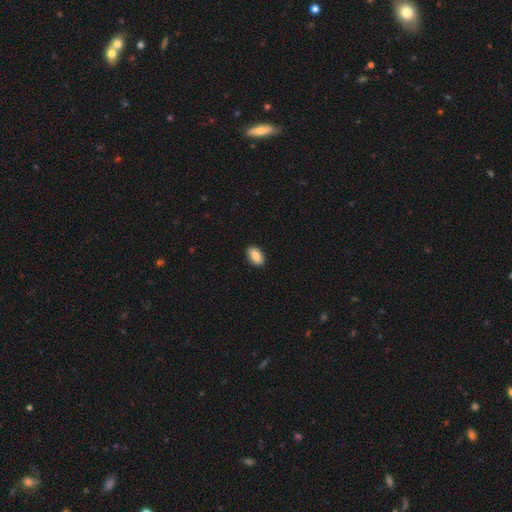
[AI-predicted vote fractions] smooth_or_featured: smooth (p=0.88) [alt: star or artifact p=0.07]
how_rounded: in between (p=0.91) [alt: round p=0.06]
merging: none (p=0.89) [alt: minor disturbance p=0.08]